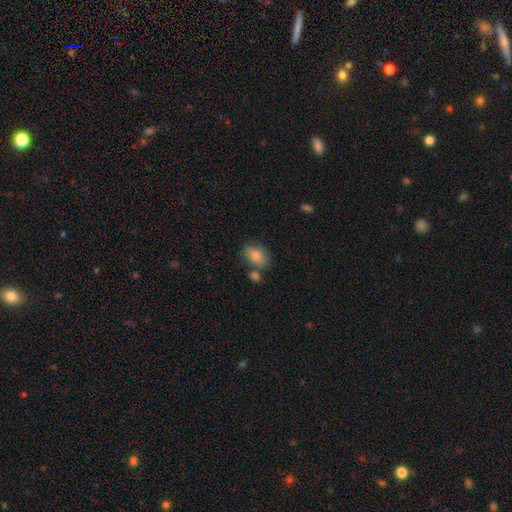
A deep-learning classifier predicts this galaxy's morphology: Smooth or featured? smooth (79%)
How rounded? in between (80%)
Merging? none (61%)